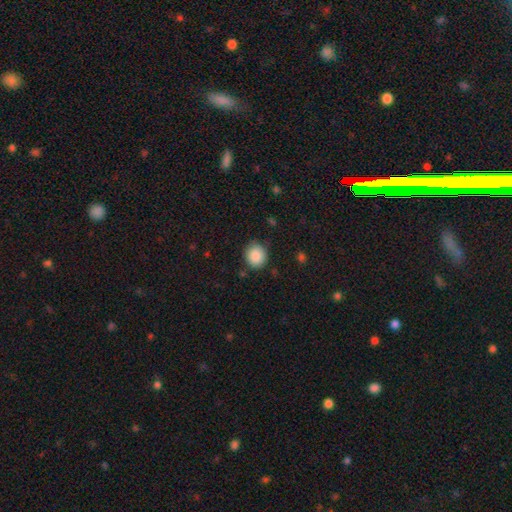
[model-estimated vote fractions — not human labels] smooth-or-featured: smooth: 88% | star or artifact: 8% | featured or disk: 4%
  how-rounded: round: 81% | in between: 18% | cigar-shaped: 1%
  merging: none: 83% | minor disturbance: 12% | major disturbance: 3% | merger: 2%